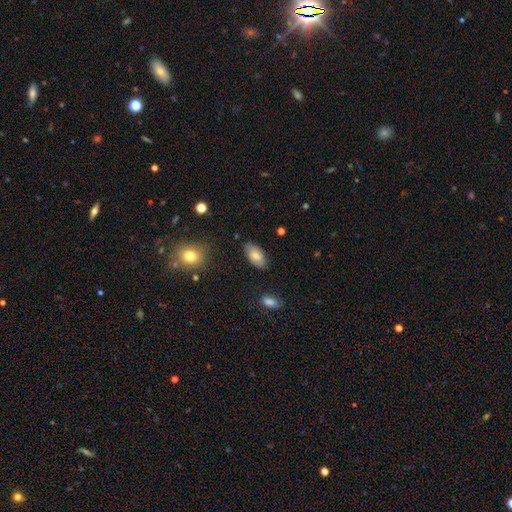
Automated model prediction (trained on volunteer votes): This appears to be a smooth galaxy with no disk features (73%) that is in between round and cigar-shaped (93%). Merging: none (80%).